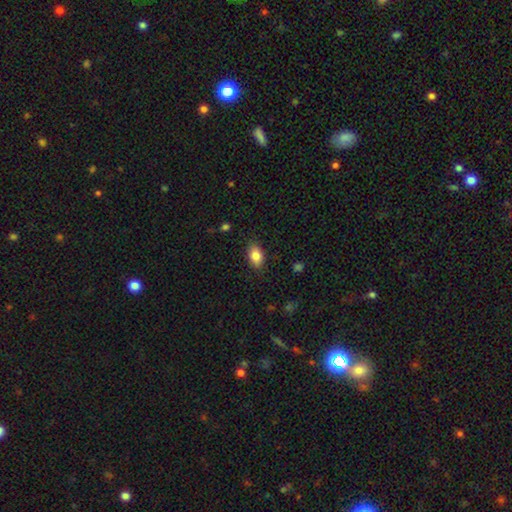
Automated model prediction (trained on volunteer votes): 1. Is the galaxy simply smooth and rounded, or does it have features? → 83% smooth, 9% featured or disk, 8% star or artifact.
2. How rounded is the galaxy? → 89% in between, 9% round, 2% cigar-shaped.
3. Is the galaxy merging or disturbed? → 86% none, 10% minor disturbance, 2% major disturbance, 1% merger.